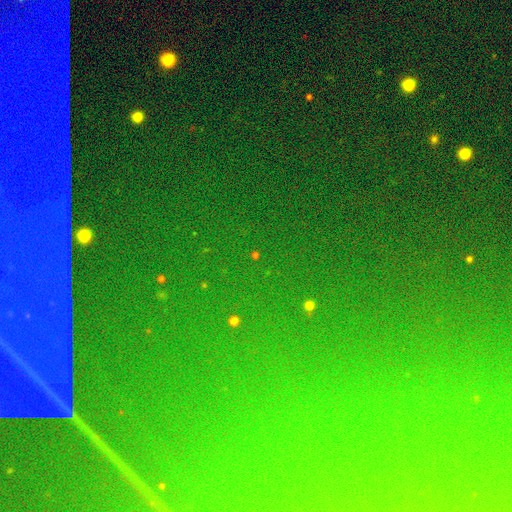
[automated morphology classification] This appears to be a star or artifact, not a galaxy (80%).